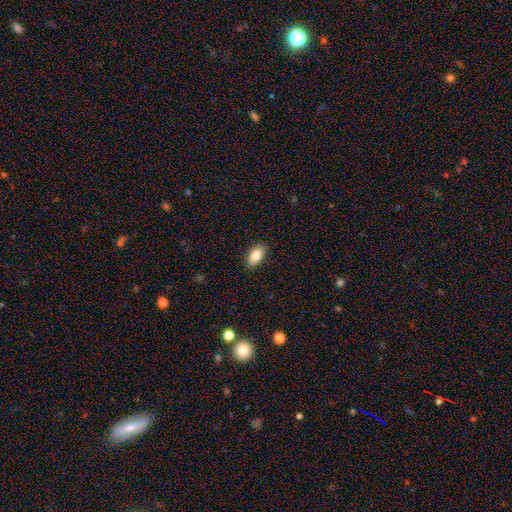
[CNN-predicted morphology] This appears to be a smooth galaxy with no disk features (83%) that is in between round and cigar-shaped (91%). Merging: none (89%).